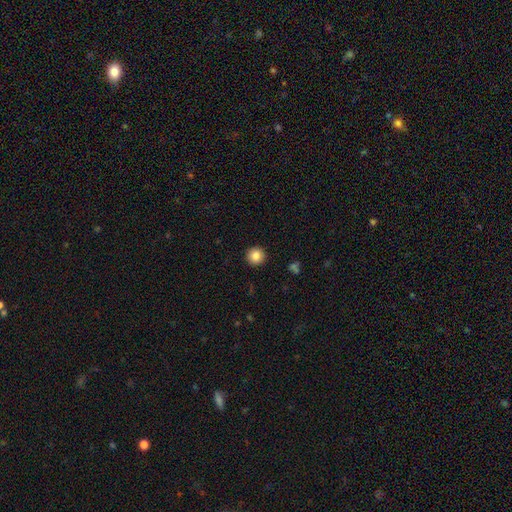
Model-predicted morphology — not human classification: A smooth galaxy with no disk features (85%) that is round (95%). Merging: none (93%).